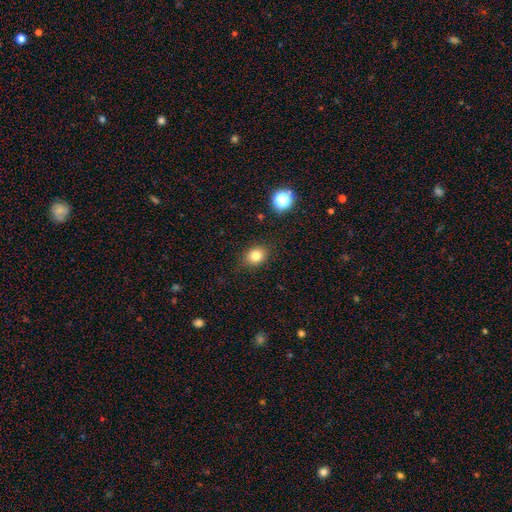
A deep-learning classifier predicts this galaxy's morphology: Smooth or featured: smooth — 80% (star or artifact — 12%)
How rounded: round — 55% (in between — 44%)
Merging: none — 85% (minor disturbance — 10%)